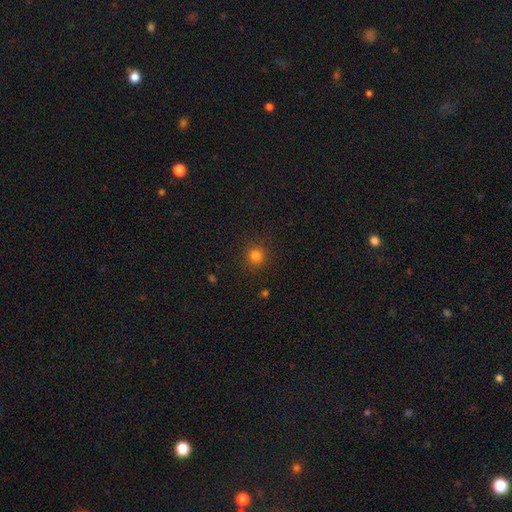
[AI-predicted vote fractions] A smooth galaxy with no disk features (81%) that is round (94%).

Vote fractions:
- Smooth or featured? smooth: 81% / star or artifact: 14% / featured or disk: 5%
- How rounded? round: 94% / in between: 5% / cigar-shaped: 1%
- Merging? none: 90% / minor disturbance: 6% / major disturbance: 2% / merger: 1%